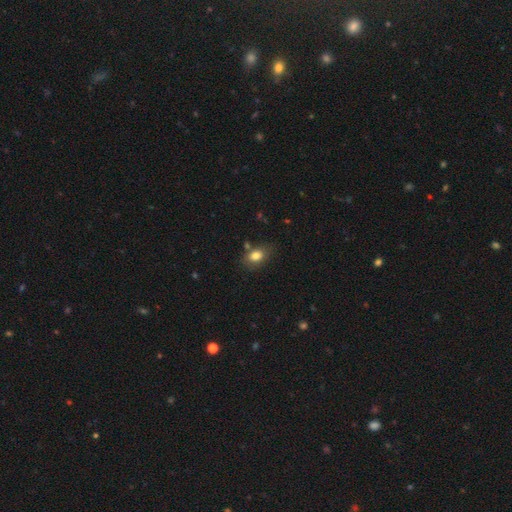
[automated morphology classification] This appears to be a smooth galaxy with no disk features (82%) that is in between round and cigar-shaped (78%). Merging: none (70%).